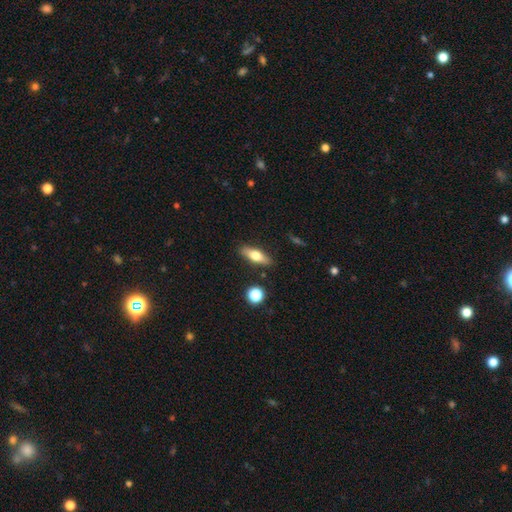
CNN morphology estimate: Overall: smooth (59%; featured or disk 34%). How rounded: in between (53%; cigar-shaped 42%). Merging: none (86%).